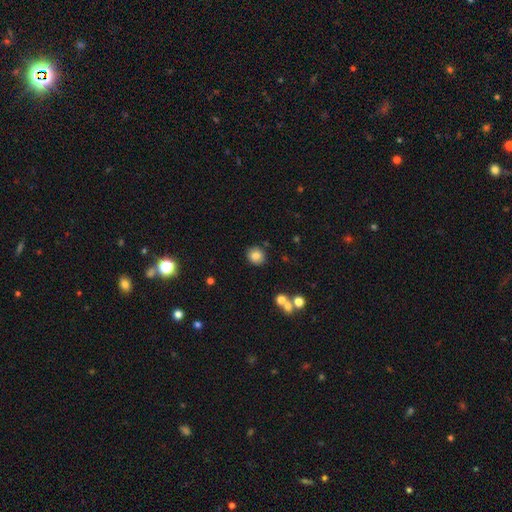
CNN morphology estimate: Smooth or featured: smooth — 81% (star or artifact — 10%)
How rounded: round — 84% (in between — 15%)
Merging: none — 87% (minor disturbance — 7%)